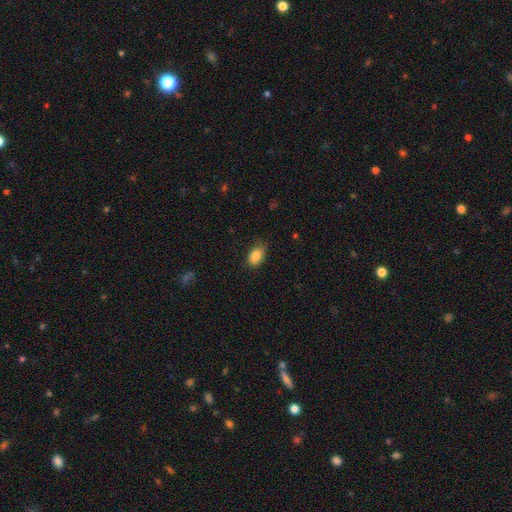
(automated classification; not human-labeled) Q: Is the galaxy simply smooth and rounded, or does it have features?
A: smooth — 84%.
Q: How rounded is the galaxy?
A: in between — 87%.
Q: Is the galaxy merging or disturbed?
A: none — 75%.